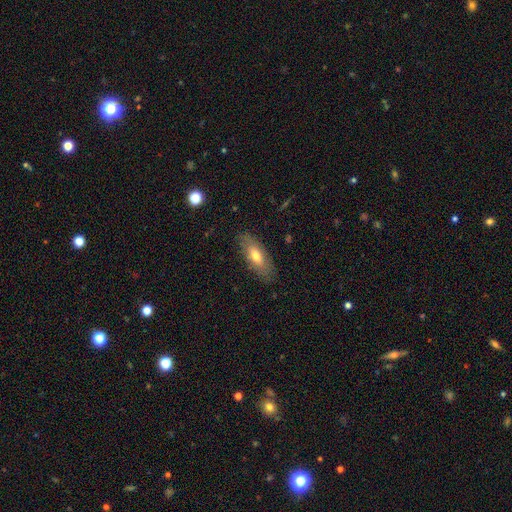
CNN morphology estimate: Q: Smooth or featured?
A: smooth (68%); runner-up: featured or disk (25%)
Q: How rounded?
A: in between (74%); runner-up: cigar-shaped (23%)
Q: Merging?
A: none (84%); runner-up: minor disturbance (12%)